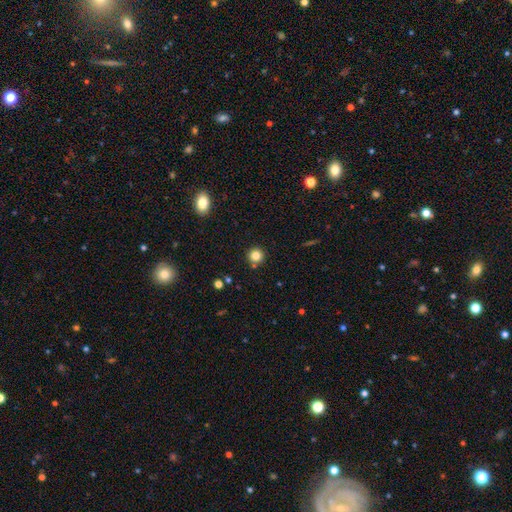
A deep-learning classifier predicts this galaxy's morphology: A smooth galaxy with no disk features (82%) that is round (94%). Merging: none (86%).